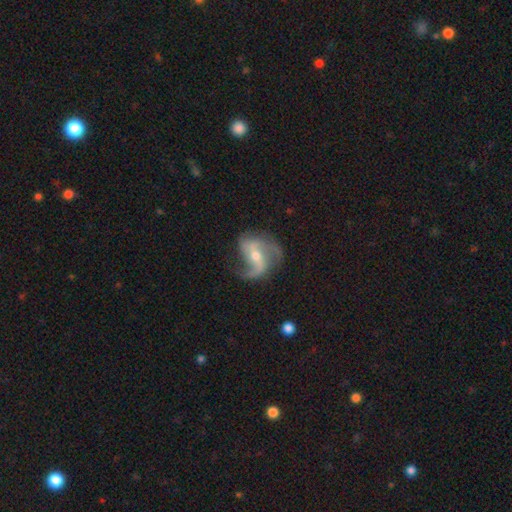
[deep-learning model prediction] This is clearly a featured or disk galaxy (86%). It is clearly not viewed edge-on (97%). Bar: marginally weak (40%). Spiral arm pattern: clearly yes (95%). Spiral arm count: likely 2 (67%). Spiral winding: possibly loose (56%). Central bulge: possibly moderate (51%). Merging: likely none (61%).